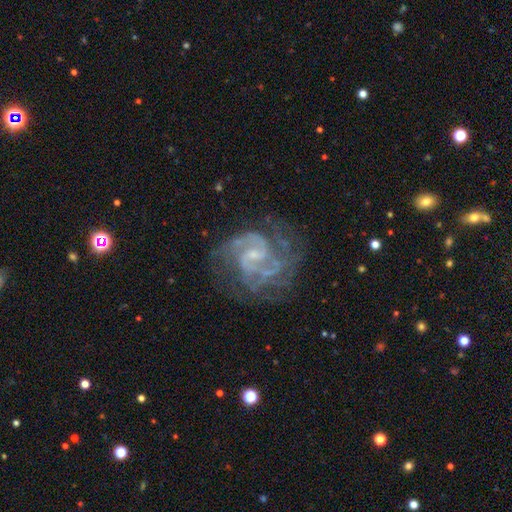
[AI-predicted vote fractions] smooth_or_featured: featured or disk (p=0.88) [alt: star or artifact p=0.07]
disk_edge_on: no (p=0.98) [alt: yes p=0.02]
bar: weak (p=0.53) [alt: no p=0.31]
has_spiral_arms: yes (p=0.97) [alt: no p=0.03]
spiral_winding: medium (p=0.47) [alt: tight p=0.45]
spiral_arm_count: 2 (p=0.50) [alt: 3 p=0.18]
bulge_size: small (p=0.69) [alt: none p=0.16]
merging: none (p=0.72) [alt: minor disturbance p=0.16]